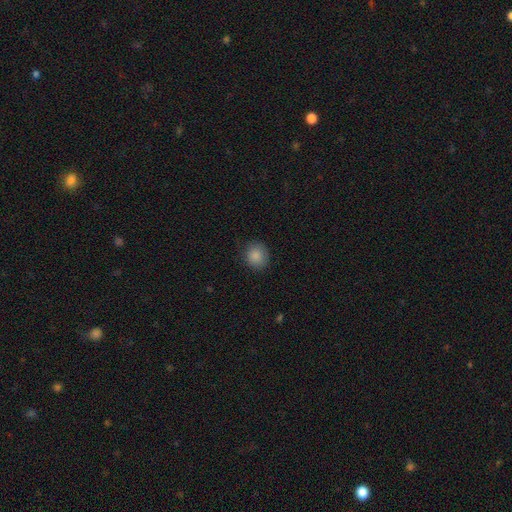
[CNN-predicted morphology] smooth-or-featured: smooth: 86% | star or artifact: 9% | featured or disk: 4%
  how-rounded: round: 83% | in between: 16% | cigar-shaped: 1%
  merging: none: 85% | minor disturbance: 11% | major disturbance: 3% | merger: 1%